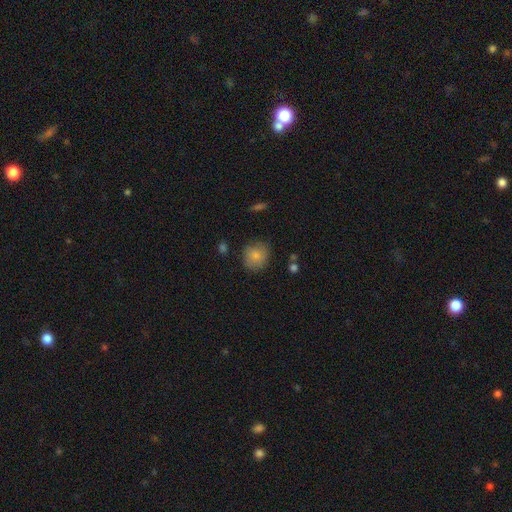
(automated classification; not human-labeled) Smooth or featured?
  - smooth: 82% *
  - featured or disk: 10%
  - star or artifact: 9%
How rounded?
  - round: 84% *
  - in between: 15%
  - cigar-shaped: 1%
Merging?
  - none: 78% *
  - minor disturbance: 16%
  - major disturbance: 4%
  - merger: 2%